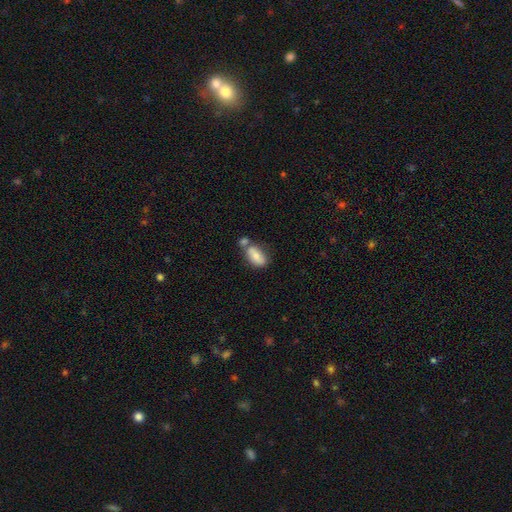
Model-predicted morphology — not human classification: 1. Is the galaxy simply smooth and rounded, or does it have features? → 73% smooth, 20% featured or disk, 7% star or artifact.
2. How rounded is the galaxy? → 90% in between, 5% round, 4% cigar-shaped.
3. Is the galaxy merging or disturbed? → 43% none, 37% merger, 15% minor disturbance, 5% major disturbance.